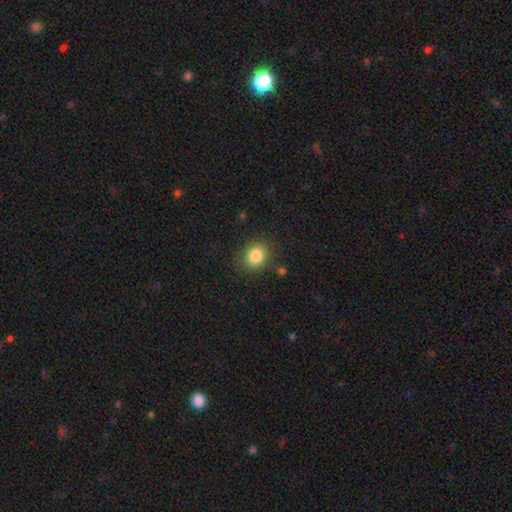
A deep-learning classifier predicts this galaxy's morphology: Q: Smooth or featured?
A: smooth (84%); runner-up: star or artifact (10%)
Q: How rounded?
A: round (61%); runner-up: in between (39%)
Q: Merging?
A: none (83%); runner-up: minor disturbance (11%)